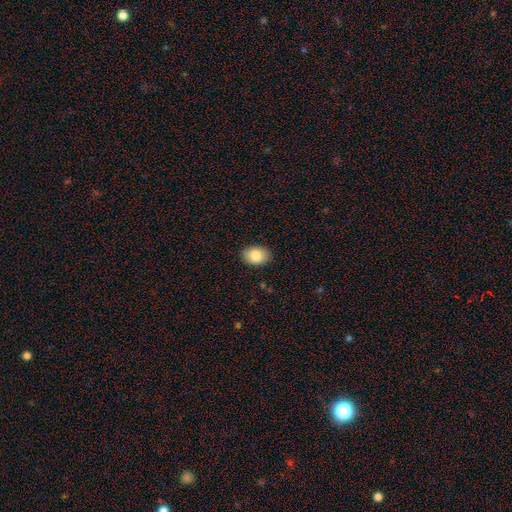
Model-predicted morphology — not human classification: Overall: smooth (86%). How rounded: in between (81%). Merging: none (88%).